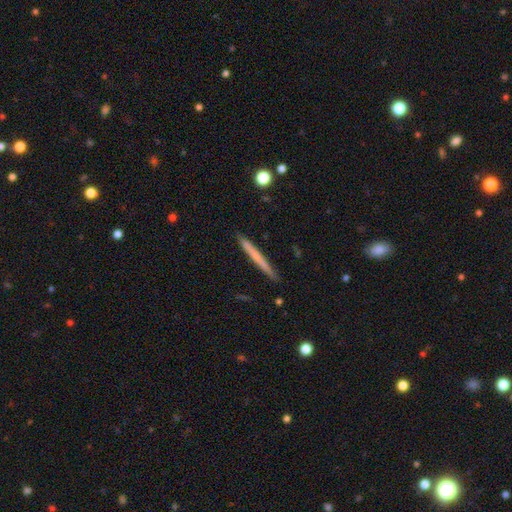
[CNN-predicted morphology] A smooth galaxy with no disk features (58%) that is cigar-shaped (97%). Merging: none (90%).